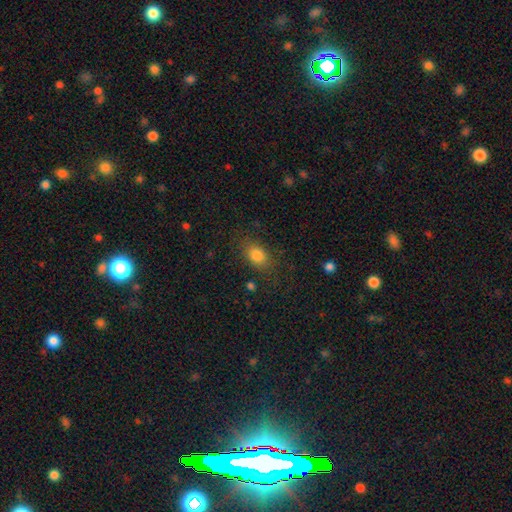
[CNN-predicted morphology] A smooth galaxy with no disk features (74%) that is in between round and cigar-shaped (63%).

Vote fractions:
- Smooth or featured? smooth: 74% / star or artifact: 18% / featured or disk: 8%
- How rounded? in between: 63% / round: 35% / cigar-shaped: 2%
- Merging? none: 83% / minor disturbance: 11% / major disturbance: 4% / merger: 1%